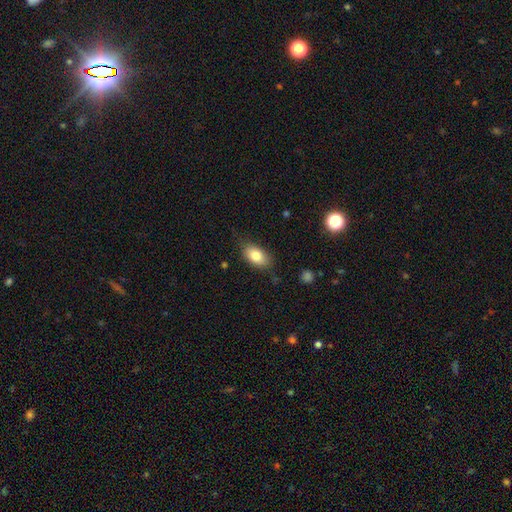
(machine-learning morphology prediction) Smooth or featured? smooth (81%)
How rounded? in between (90%)
Merging? none (76%)